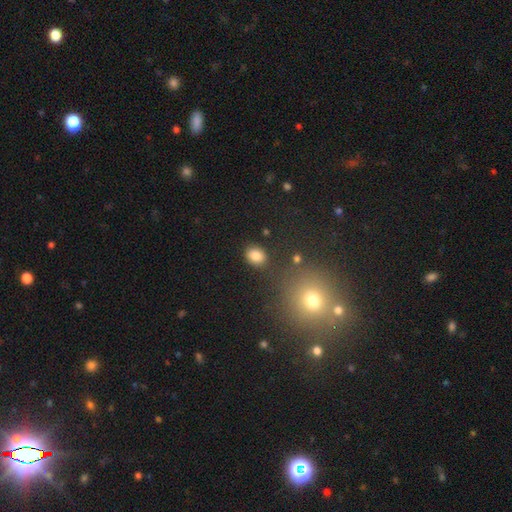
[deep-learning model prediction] smooth-or-featured: smooth: 84% | star or artifact: 10% | featured or disk: 6%
  how-rounded: in between: 58% | round: 41% | cigar-shaped: 1%
  merging: none: 83% | minor disturbance: 11% | merger: 3% | major disturbance: 3%